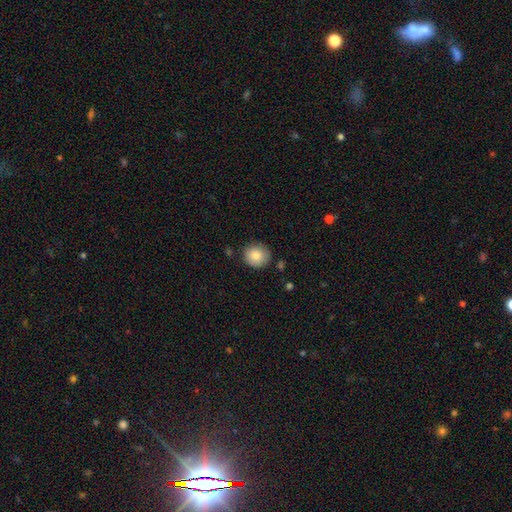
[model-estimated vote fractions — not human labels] This appears to be a smooth galaxy with no disk features (84%) that is round (88%). Merging: none (83%).